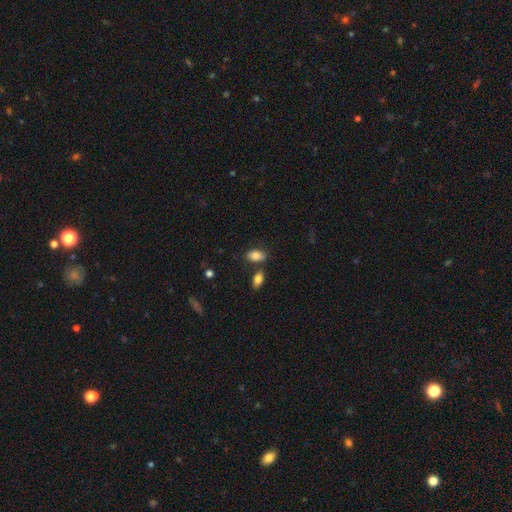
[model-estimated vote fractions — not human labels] smooth_or_featured: smooth (p=0.83) [alt: featured or disk p=0.10]
how_rounded: in between (p=0.92) [alt: round p=0.05]
merging: none (p=0.72) [alt: merger p=0.13]